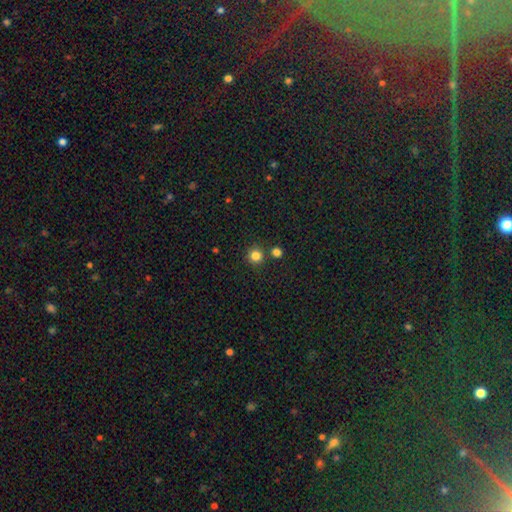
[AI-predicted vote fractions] This appears to be a smooth galaxy with no disk features (82%) that is round (94%). Merging: none (81%).